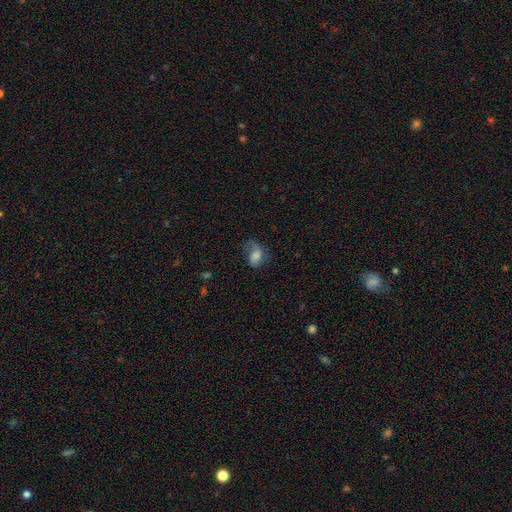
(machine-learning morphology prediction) smooth-or-featured: smooth: 56% | featured or disk: 34% | star or artifact: 10%
  how-rounded: in between: 81% | round: 17% | cigar-shaped: 2%
  merging: none: 42% | minor disturbance: 28% | major disturbance: 28% | merger: 2%